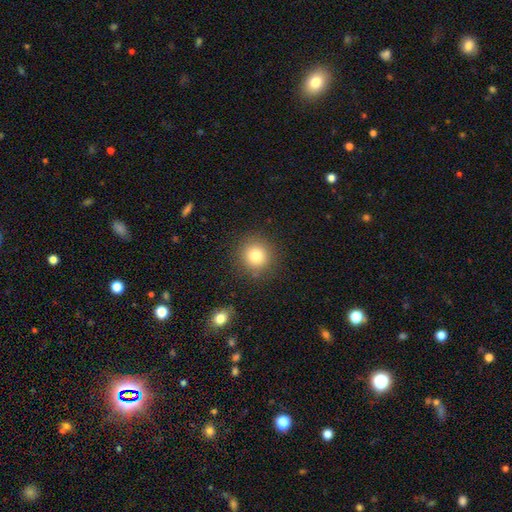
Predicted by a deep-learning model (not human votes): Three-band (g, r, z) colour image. It shows a smooth galaxy with no disk features (80%) that is round (93%). Merging: none (88%).